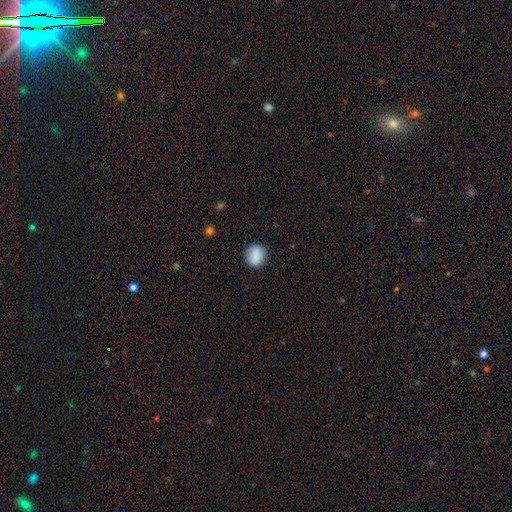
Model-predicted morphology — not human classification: The model was most divided on "how rounded": round: 80%, in between: 19%, cigar-shaped: 1%. More confident: merging — none (87%); smooth or featured — smooth (83%).